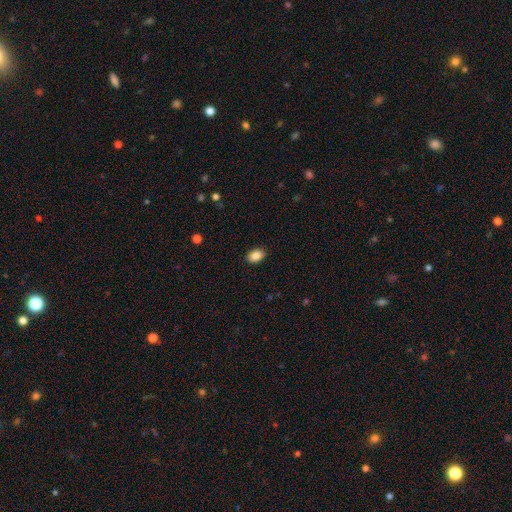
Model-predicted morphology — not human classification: smooth 87%, star or artifact 8%, featured or disk 5%. Down the decision tree: how rounded — in between (81%); merging — none (89%).